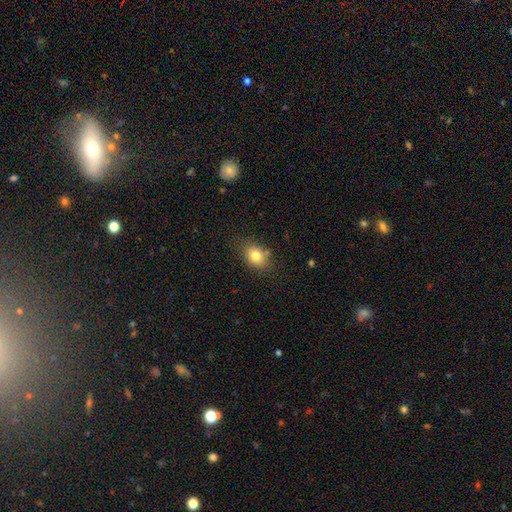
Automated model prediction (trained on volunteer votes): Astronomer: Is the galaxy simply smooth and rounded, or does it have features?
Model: smooth — 80%.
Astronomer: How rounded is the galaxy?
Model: in between — 68%.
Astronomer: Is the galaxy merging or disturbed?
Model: none — 74%.